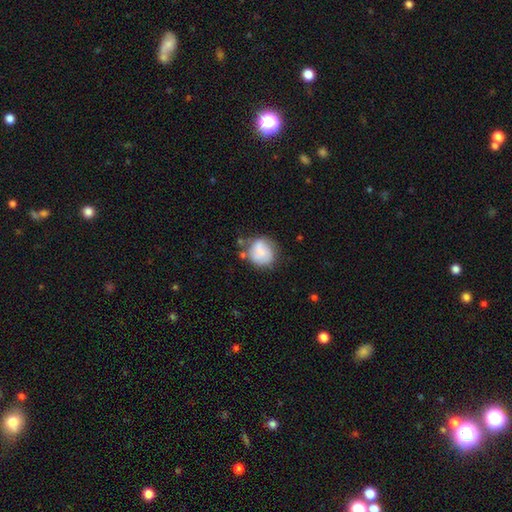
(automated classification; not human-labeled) smooth_or_featured: smooth (p=0.67) [alt: featured or disk p=0.26]
how_rounded: round (p=0.81) [alt: in between p=0.18]
merging: none (p=0.59) [alt: minor disturbance p=0.24]